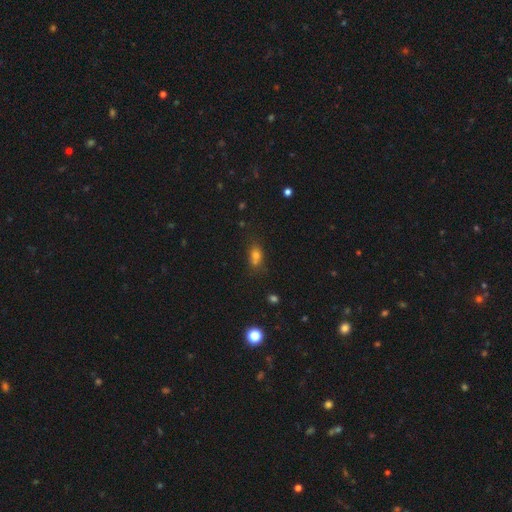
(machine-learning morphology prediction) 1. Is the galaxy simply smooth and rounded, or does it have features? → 71% smooth, 18% star or artifact, 11% featured or disk.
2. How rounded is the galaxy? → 61% in between, 35% round, 4% cigar-shaped.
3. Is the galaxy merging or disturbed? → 52% none, 24% merger, 18% minor disturbance, 6% major disturbance.